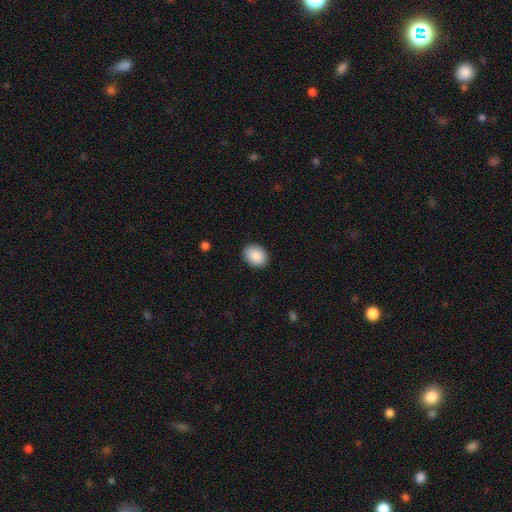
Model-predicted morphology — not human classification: A smooth galaxy with no disk features (90%) that is in between round and cigar-shaped (66%). Merging: none (88%).